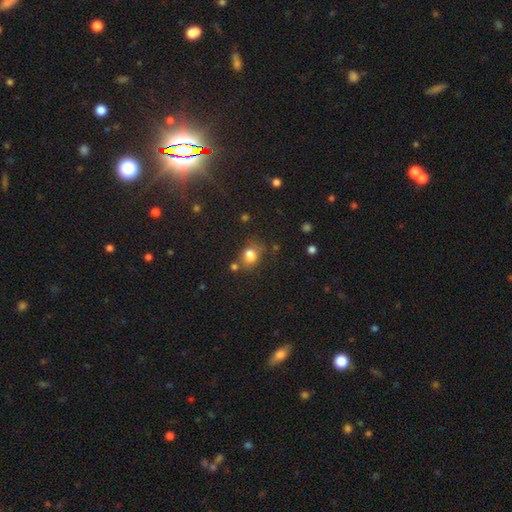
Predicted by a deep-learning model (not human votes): Smooth or featured? Predicted: smooth (p=0.70). How rounded? Predicted: round (p=0.52). Merging? Predicted: none (p=0.70).